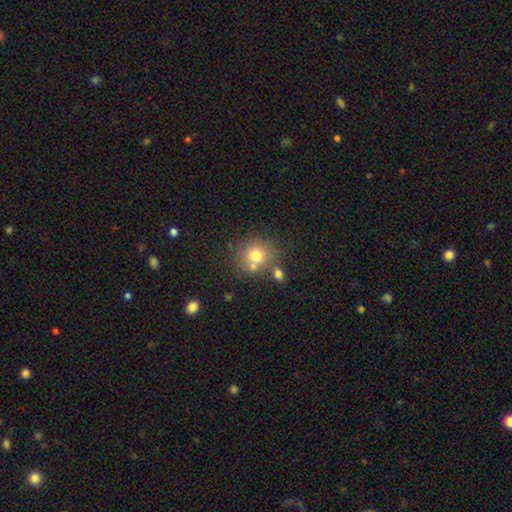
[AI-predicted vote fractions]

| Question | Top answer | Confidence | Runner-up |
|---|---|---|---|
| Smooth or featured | smooth | 74% | star or artifact (13%) |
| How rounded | round | 81% | in between (18%) |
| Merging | none | 65% | merger (19%) |